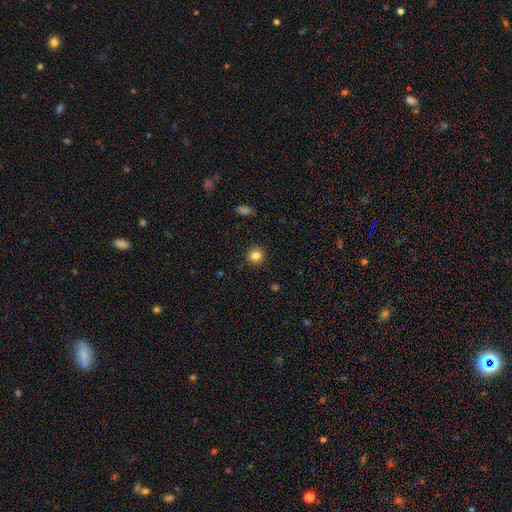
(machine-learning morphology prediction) The model was most divided on "smooth or featured": smooth: 84%, star or artifact: 11%, featured or disk: 5%. More confident: merging — none (91%); how rounded — round (90%).